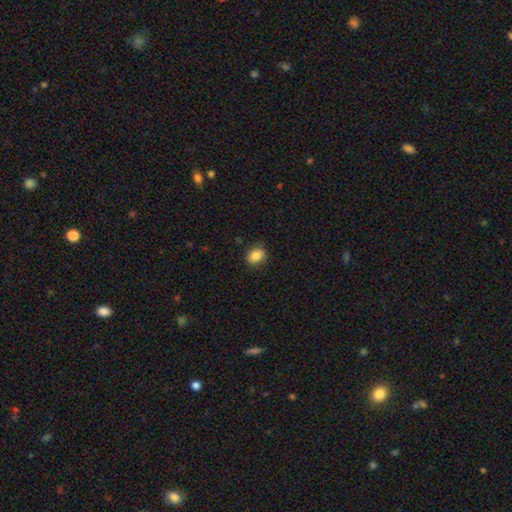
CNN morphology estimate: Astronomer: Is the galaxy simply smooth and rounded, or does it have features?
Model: smooth — 85%.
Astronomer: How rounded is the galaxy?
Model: in between — 61% (runner-up: round, 38%).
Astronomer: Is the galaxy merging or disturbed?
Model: none — 86%.